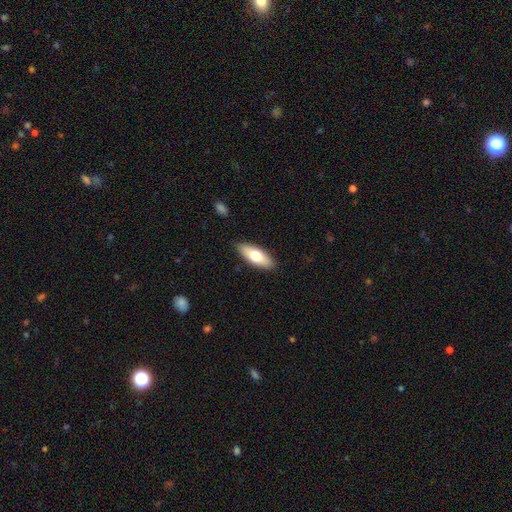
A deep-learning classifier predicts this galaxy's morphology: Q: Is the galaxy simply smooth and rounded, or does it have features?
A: smooth — 71%.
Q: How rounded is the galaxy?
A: in between — 74%.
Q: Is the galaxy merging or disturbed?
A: none — 88%.